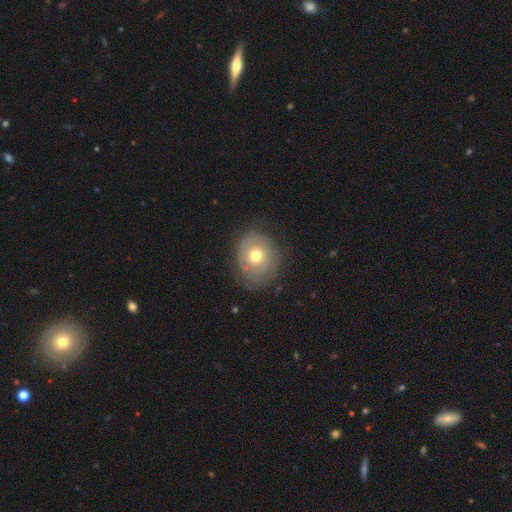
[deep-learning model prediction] Morphology: type=smooth (54%); roundness=round (69%); merging=none (66%).